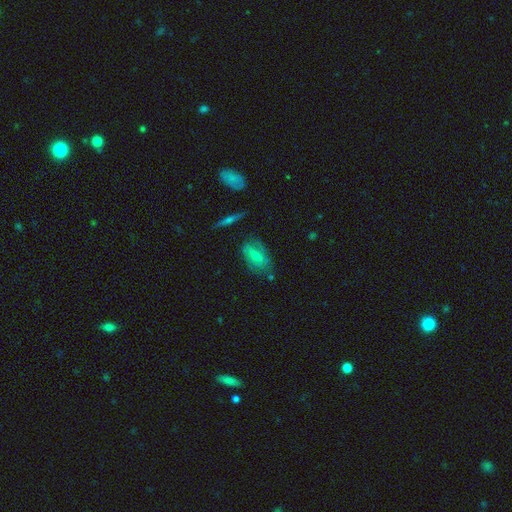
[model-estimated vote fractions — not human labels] Morphology: type=smooth (54%); roundness=in between (86%); merging=none (62%).